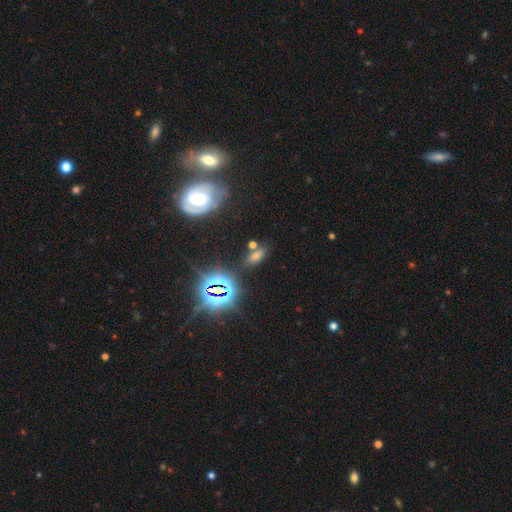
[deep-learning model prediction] The model was most divided on "smooth or featured": smooth: 41%, star or artifact: 38%, featured or disk: 21%. More confident: merging — none (64%).